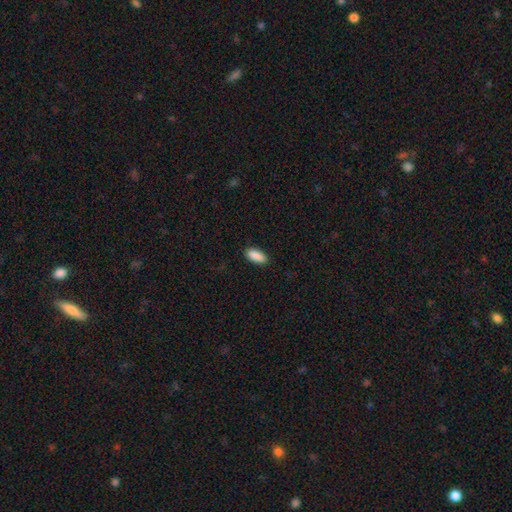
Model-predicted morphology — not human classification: This appears to be a smooth galaxy with no disk features (90%) that is in between round and cigar-shaped (83%). Merging: none (87%).